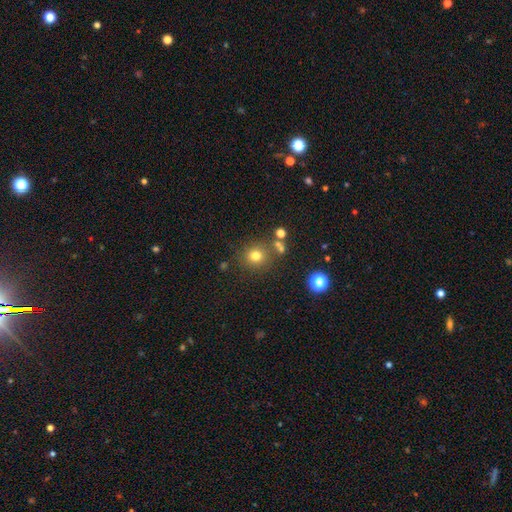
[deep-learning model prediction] Smooth or featured: smooth — 75% (star or artifact — 17%)
How rounded: round — 88% (in between — 11%)
Merging: none — 77% (minor disturbance — 10%)